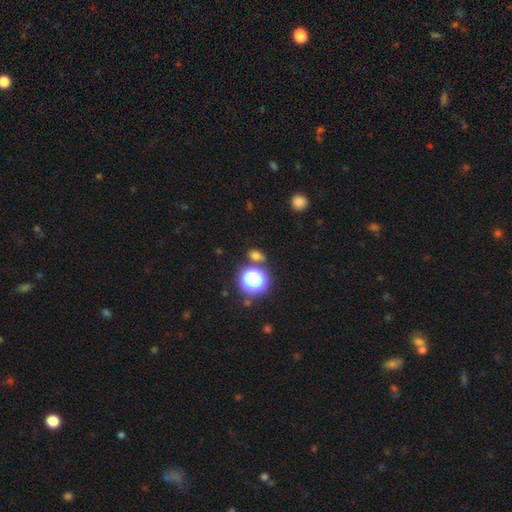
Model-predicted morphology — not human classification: type=smooth (63%); roundness=round (56%); merging=none (75%).